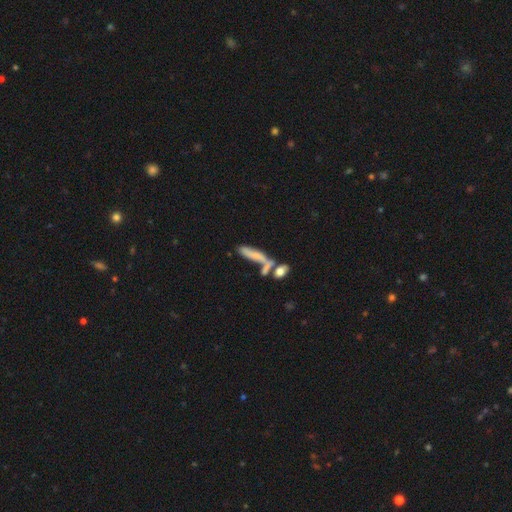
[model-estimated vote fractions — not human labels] Smooth or featured? Predicted: smooth (p=0.55). How rounded? Predicted: cigar-shaped (p=0.67). Merging? Predicted: merger (p=0.39).